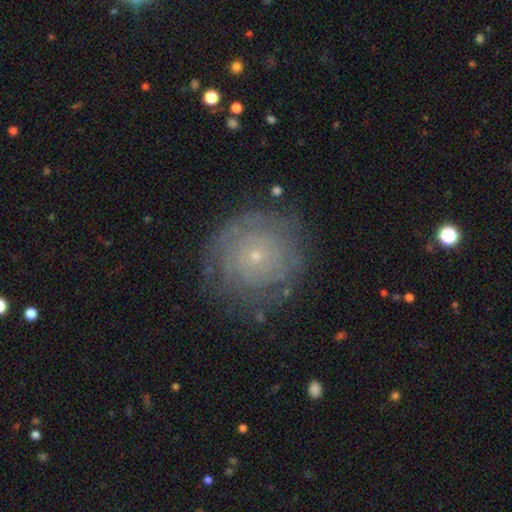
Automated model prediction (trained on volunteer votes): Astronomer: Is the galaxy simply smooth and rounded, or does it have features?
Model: featured or disk — 65%.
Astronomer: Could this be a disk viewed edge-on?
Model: no — 97%.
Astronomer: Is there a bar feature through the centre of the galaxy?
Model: no — 88%.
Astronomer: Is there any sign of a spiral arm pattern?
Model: yes — 79%.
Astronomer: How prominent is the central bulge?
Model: small — 87%.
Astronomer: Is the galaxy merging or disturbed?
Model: none — 78%.